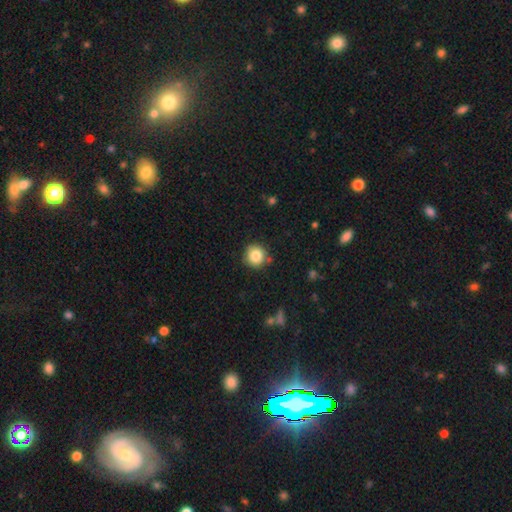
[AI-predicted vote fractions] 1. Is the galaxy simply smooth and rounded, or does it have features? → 83% smooth, 10% star or artifact, 7% featured or disk.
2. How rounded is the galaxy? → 93% round, 6% in between, 1% cigar-shaped.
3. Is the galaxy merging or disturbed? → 84% none, 10% minor disturbance, 3% merger, 2% major disturbance.